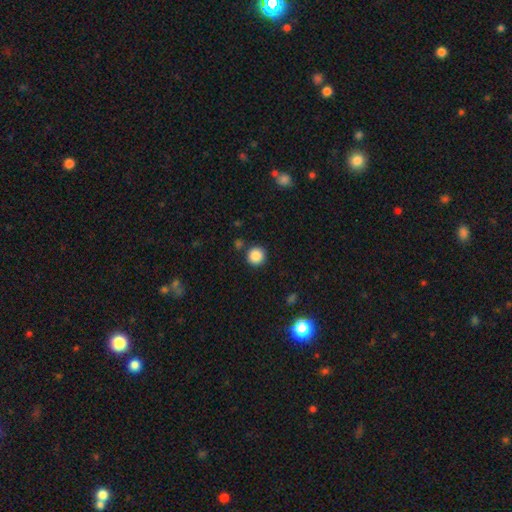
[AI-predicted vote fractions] Smooth or featured?
  - smooth: 88% *
  - star or artifact: 9%
  - featured or disk: 3%
How rounded?
  - round: 95% *
  - in between: 4%
  - cigar-shaped: 1%
Merging?
  - none: 88% *
  - minor disturbance: 7%
  - merger: 3%
  - major disturbance: 2%